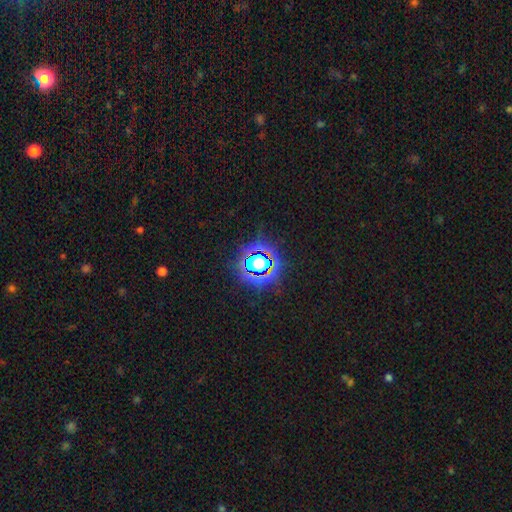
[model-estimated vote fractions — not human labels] Smooth or featured?
  - star or artifact: 76% *
  - smooth: 15%
  - featured or disk: 9%